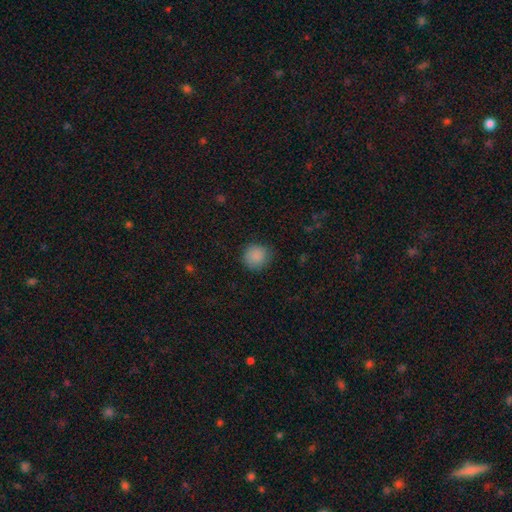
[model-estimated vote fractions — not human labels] Smooth or featured? Predicted: smooth (p=0.87). How rounded? Predicted: round (p=0.91). Merging? Predicted: none (p=0.83).